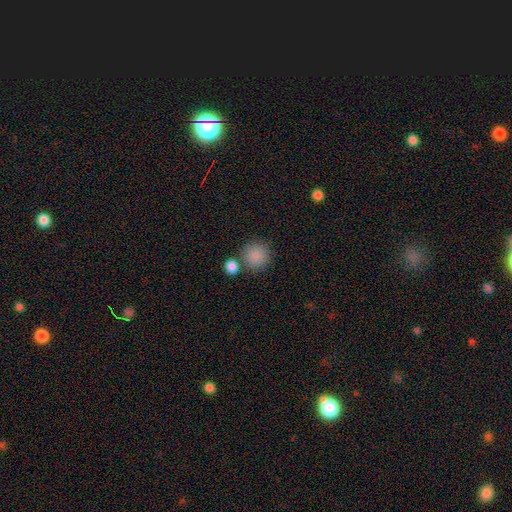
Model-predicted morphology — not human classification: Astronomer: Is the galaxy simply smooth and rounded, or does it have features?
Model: smooth — 87%.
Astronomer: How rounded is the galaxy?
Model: round — 91%.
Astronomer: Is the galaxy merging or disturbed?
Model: none — 74%.